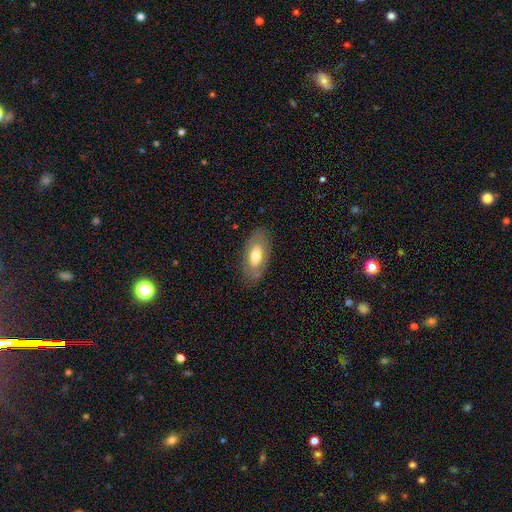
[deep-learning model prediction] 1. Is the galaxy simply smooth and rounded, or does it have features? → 55% smooth, 39% featured or disk, 6% star or artifact.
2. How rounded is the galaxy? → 91% in between, 5% cigar-shaped, 4% round.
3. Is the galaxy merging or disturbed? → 81% none, 13% minor disturbance, 5% major disturbance, 1% merger.